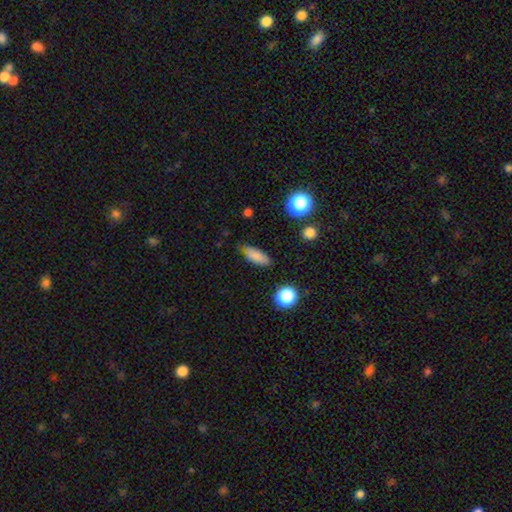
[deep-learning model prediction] A smooth galaxy with no disk features (83%) that is in between round and cigar-shaped (70%). Merging: none (74%).